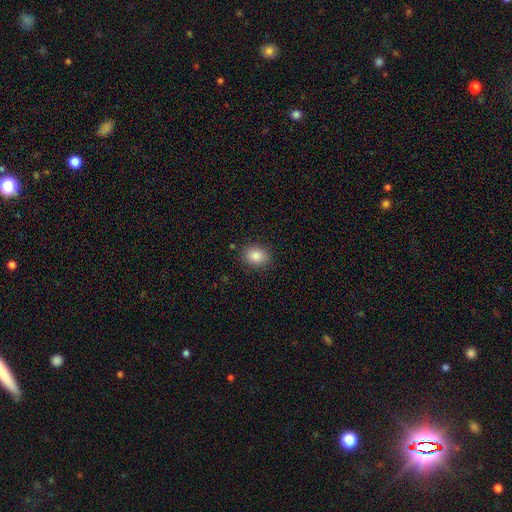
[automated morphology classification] The model was most divided on "how rounded": in between: 52%, round: 47%, cigar-shaped: 1%. More confident: merging — none (87%); smooth or featured — smooth (86%).